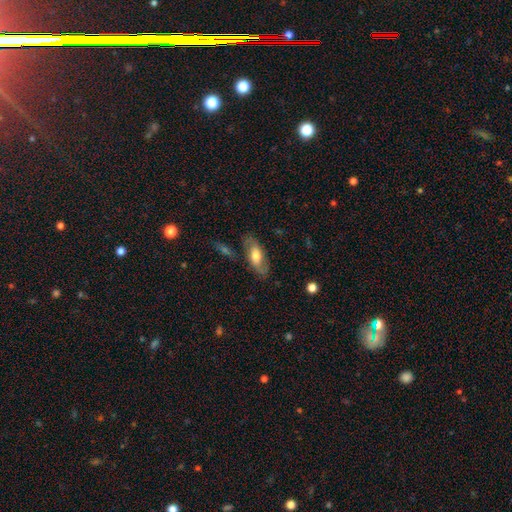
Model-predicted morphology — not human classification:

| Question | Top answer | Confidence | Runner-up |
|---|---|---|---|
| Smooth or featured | smooth | 53% | featured or disk (41%) |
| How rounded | in between | 82% | cigar-shaped (15%) |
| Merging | none | 76% | minor disturbance (16%) |